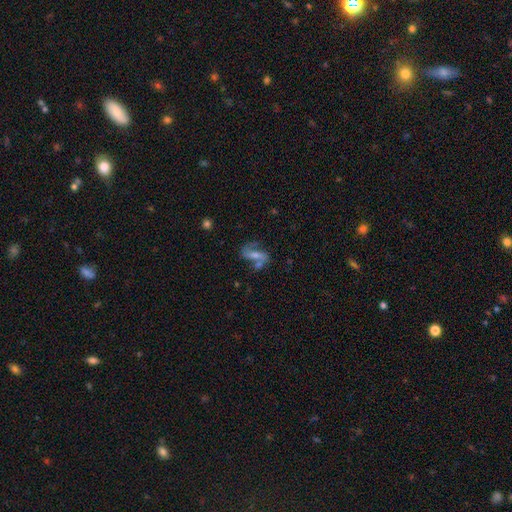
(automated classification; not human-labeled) This appears to be a featured or disk galaxy (55%). Merging: none (46%).